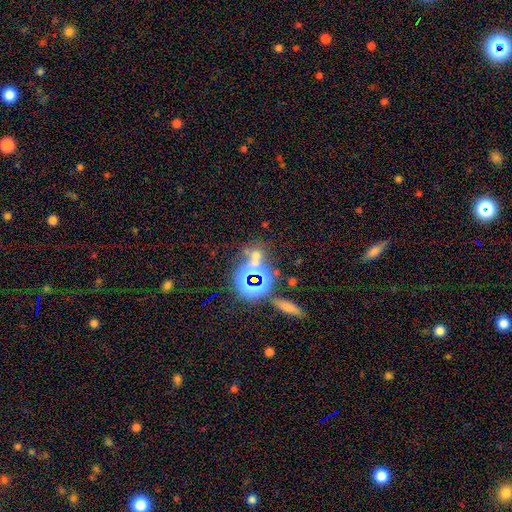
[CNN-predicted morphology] Q: Smooth or featured?
A: star or artifact (56%); runner-up: smooth (33%)